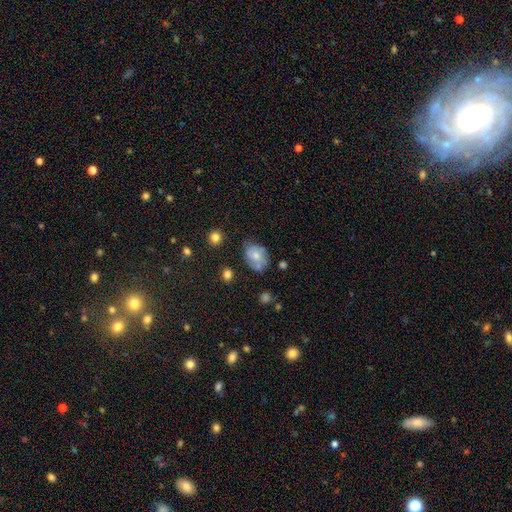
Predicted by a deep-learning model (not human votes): The model was most divided on "smooth or featured": smooth: 56%, featured or disk: 35%, star or artifact: 9%. More confident: how rounded — in between (61%); merging — none (54%).